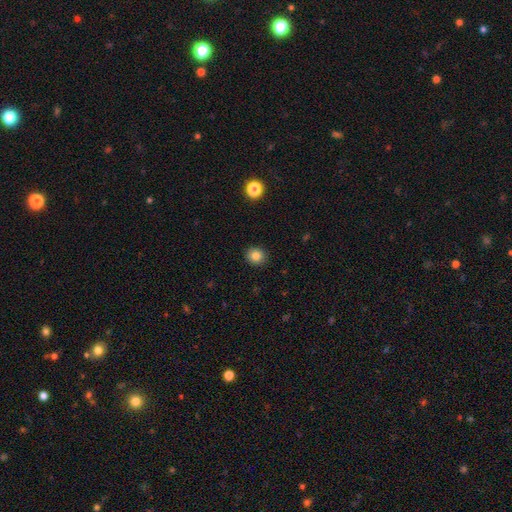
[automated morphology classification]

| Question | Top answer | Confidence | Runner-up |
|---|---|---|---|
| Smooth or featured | smooth | 84% | star or artifact (11%) |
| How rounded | round | 84% | in between (15%) |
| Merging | none | 91% | minor disturbance (6%) |